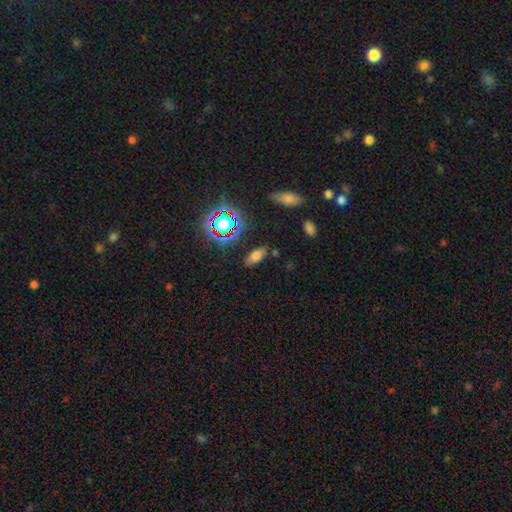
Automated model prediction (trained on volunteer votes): Q: Smooth or featured?
A: smooth (69%); runner-up: star or artifact (19%)
Q: How rounded?
A: in between (81%); runner-up: cigar-shaped (14%)
Q: Merging?
A: none (81%); runner-up: minor disturbance (12%)